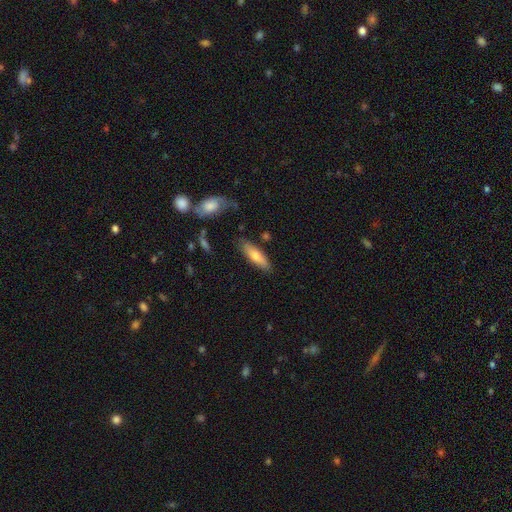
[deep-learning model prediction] Smooth or featured? smooth (67%)
How rounded? cigar-shaped (55%)
Merging? none (79%)